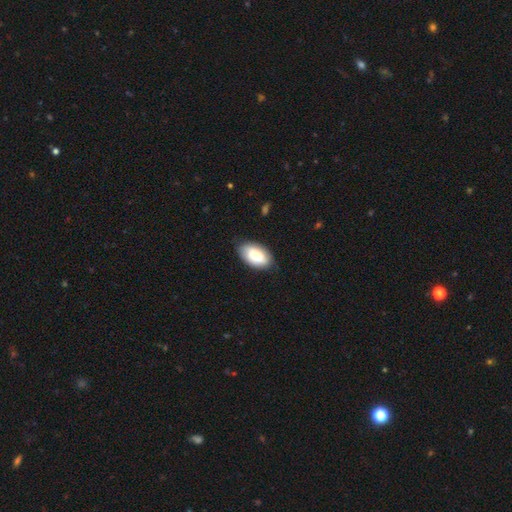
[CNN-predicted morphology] Overall: smooth (80%). How rounded: in between (94%). Merging: none (82%).